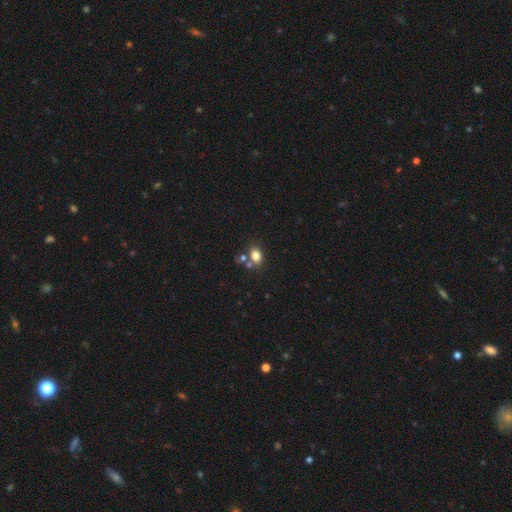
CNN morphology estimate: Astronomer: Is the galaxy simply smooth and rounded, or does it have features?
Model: smooth — 79%.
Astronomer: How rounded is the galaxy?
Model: in between — 72%.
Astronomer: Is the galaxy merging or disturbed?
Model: none — 59%.